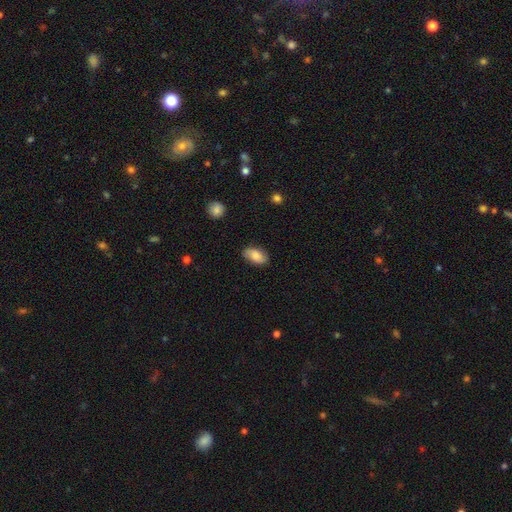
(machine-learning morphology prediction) A smooth galaxy with no disk features (81%) that is in between round and cigar-shaped (93%). Merging: none (82%).